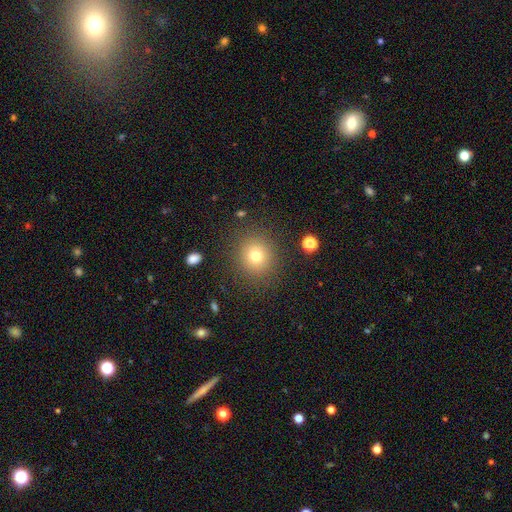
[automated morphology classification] smooth_or_featured: smooth (p=0.76) [alt: star or artifact p=0.14]
how_rounded: round (p=0.89) [alt: in between p=0.10]
merging: none (p=0.88) [alt: minor disturbance p=0.07]